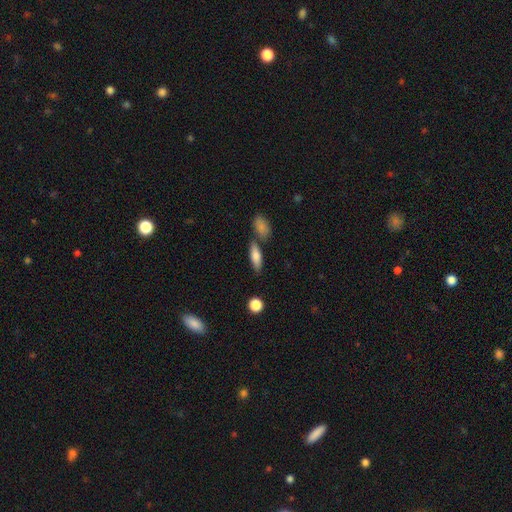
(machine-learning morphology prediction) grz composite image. It shows a smooth galaxy with no disk features (78%) that is in between round and cigar-shaped (65%). Merging: none (69%).